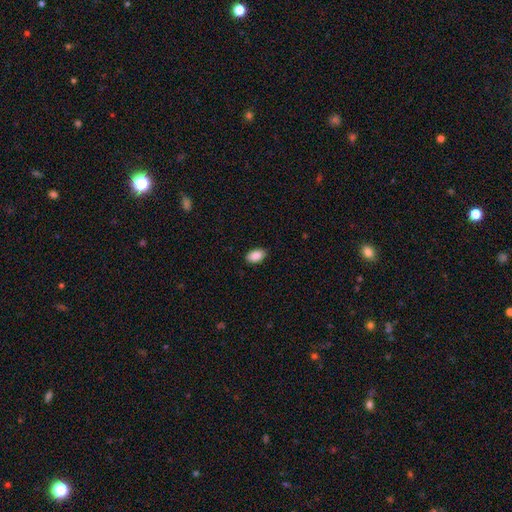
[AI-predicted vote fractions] smooth-or-featured: smooth: 89% | star or artifact: 7% | featured or disk: 4%
  how-rounded: in between: 92% | round: 6% | cigar-shaped: 1%
  merging: none: 87% | minor disturbance: 10% | major disturbance: 2% | merger: 1%